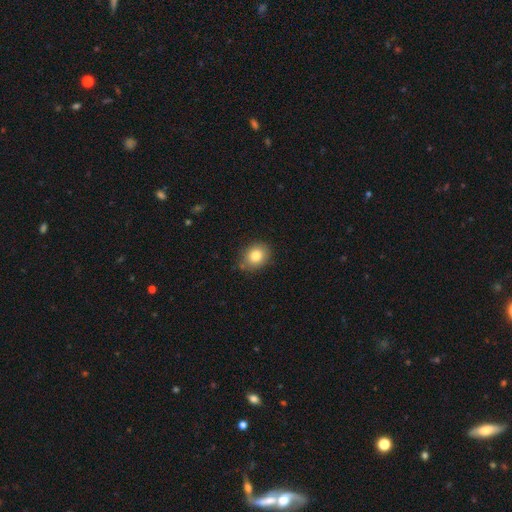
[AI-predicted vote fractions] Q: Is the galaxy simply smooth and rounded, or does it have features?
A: smooth — 81%.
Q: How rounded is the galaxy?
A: round — 62%.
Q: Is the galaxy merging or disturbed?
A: none — 81%.